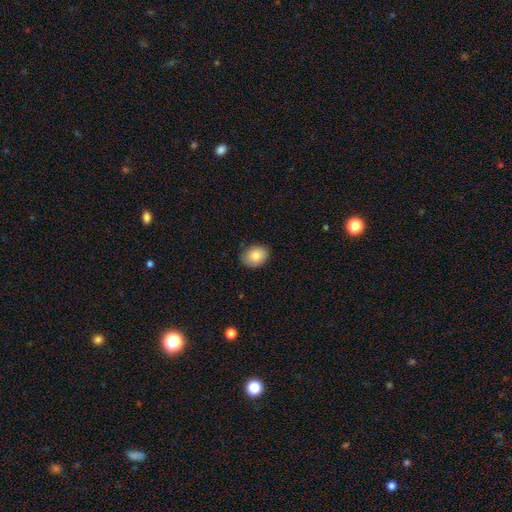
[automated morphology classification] Smooth or featured: smooth — 85% (featured or disk — 8%)
How rounded: in between — 63% (round — 36%)
Merging: none — 80% (minor disturbance — 16%)